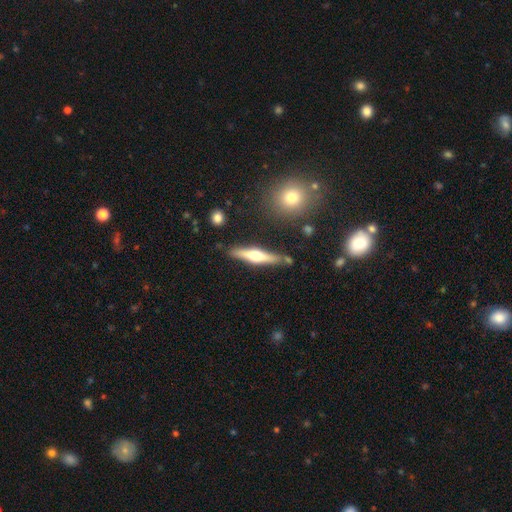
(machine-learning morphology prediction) smooth-or-featured: featured or disk: 60% | smooth: 34% | star or artifact: 5%
  disk-edge-on: yes: 96% | no: 4%
    edge-on-bulge: rounded: 92% | boxy: 4% | none: 3%
  merging: none: 81% | minor disturbance: 11% | merger: 5% | major disturbance: 3%